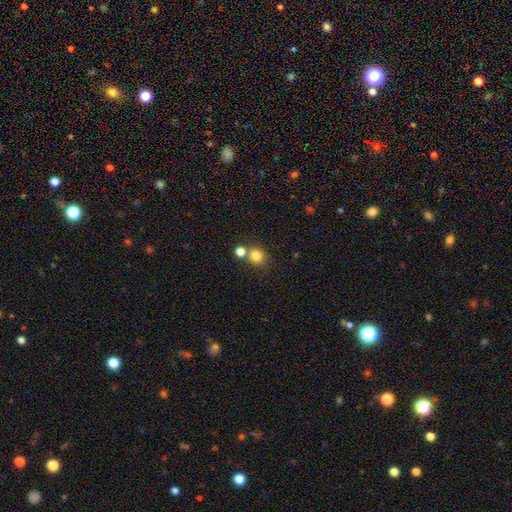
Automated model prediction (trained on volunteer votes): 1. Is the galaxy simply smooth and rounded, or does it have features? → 81% smooth, 13% star or artifact, 6% featured or disk.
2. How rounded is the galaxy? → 85% round, 14% in between, 1% cigar-shaped.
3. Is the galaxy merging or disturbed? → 63% none, 26% merger, 8% minor disturbance, 3% major disturbance.